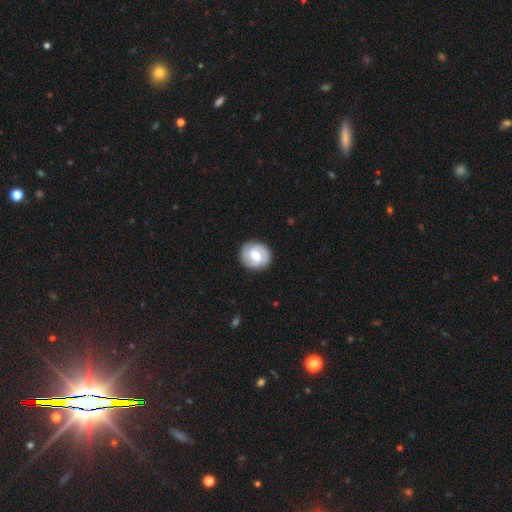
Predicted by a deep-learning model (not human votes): Smooth or featured: featured or disk — 67% (smooth — 28%)
Edge-on disk: no — 97% (yes — 3%)
Bar: weak — 54% (no — 29%)
Spiral arms: yes — 90% (no — 10%)
Spiral winding: tight — 49% (medium — 38%)
Spiral arm count: 2 — 74% (can't tell — 11%)
Bulge size: moderate — 68% (small — 20%)
Merging: none — 87% (minor disturbance — 9%)